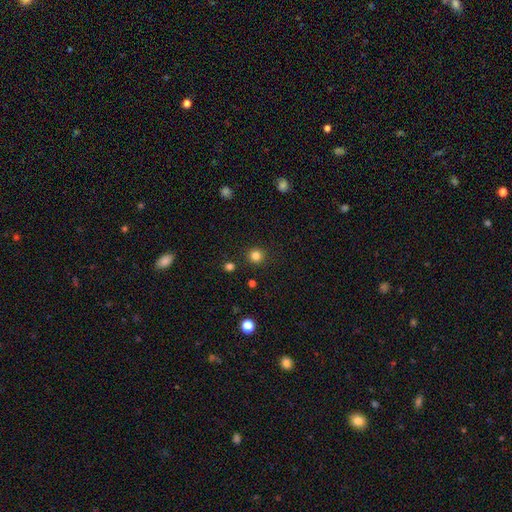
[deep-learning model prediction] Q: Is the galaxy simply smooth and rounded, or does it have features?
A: smooth — 82%.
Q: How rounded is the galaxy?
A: round — 94%.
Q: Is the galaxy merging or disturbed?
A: none — 91%.